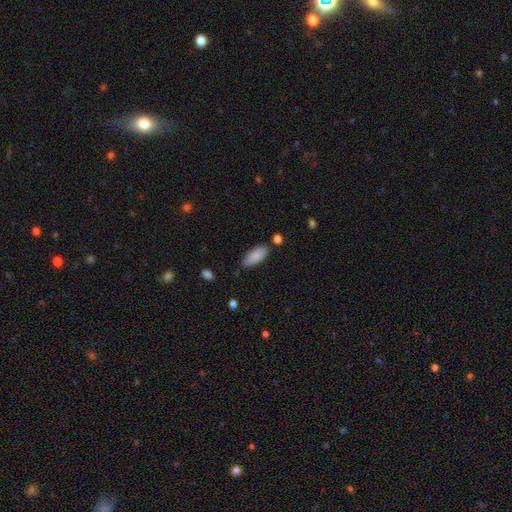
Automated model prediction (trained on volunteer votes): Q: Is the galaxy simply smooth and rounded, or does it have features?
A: smooth — 88%.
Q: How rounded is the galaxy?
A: in between — 84%.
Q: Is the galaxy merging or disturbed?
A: none — 76%.